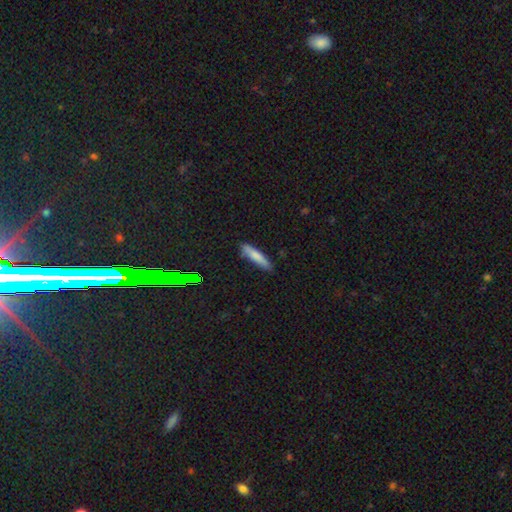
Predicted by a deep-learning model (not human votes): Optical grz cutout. It shows a smooth galaxy with no disk features (77%) that is cigar-shaped (81%). Merging: none (82%).